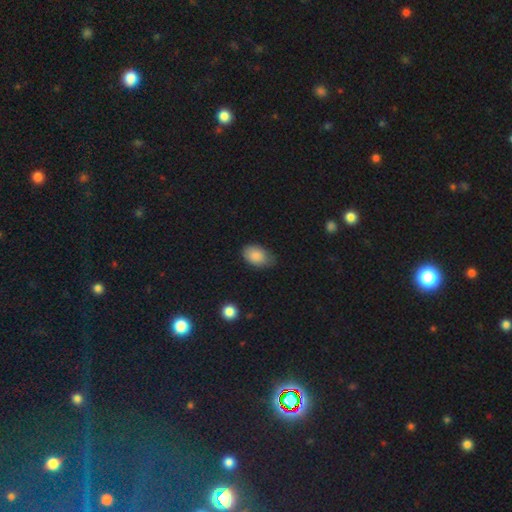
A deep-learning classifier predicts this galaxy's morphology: This appears to be a smooth galaxy with no disk features (86%) that is in between round and cigar-shaped (88%). Merging: none (64%).